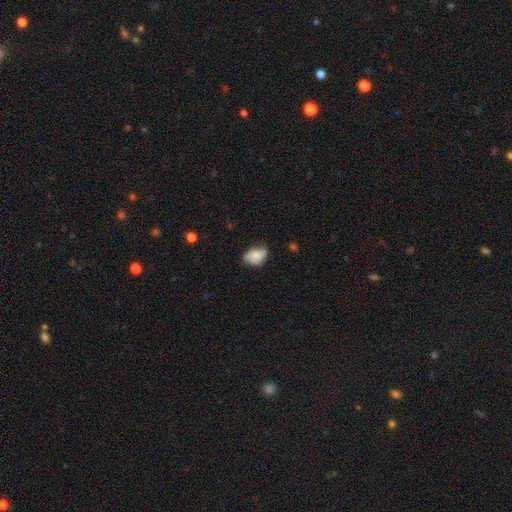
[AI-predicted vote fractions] This appears to be a smooth galaxy with no disk features (67%) that is in between round and cigar-shaped (83%). Merging: none (55%).